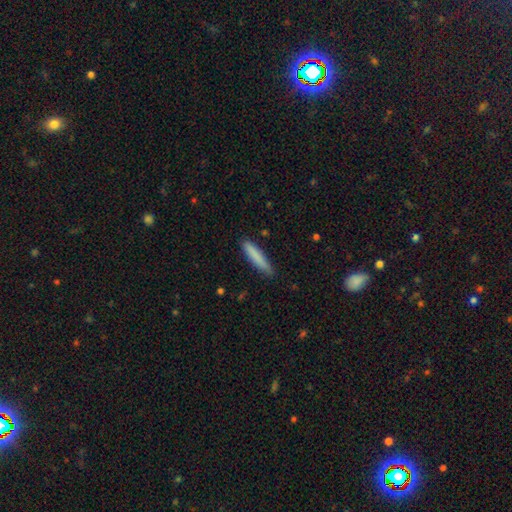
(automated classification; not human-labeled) A smooth galaxy with no disk features (84%) that is cigar-shaped (89%).

Vote fractions:
- Smooth or featured? smooth: 84% / featured or disk: 10% / star or artifact: 6%
- How rounded? cigar-shaped: 89% / in between: 10% / round: 1%
- Merging? none: 85% / minor disturbance: 12% / major disturbance: 2% / merger: 1%